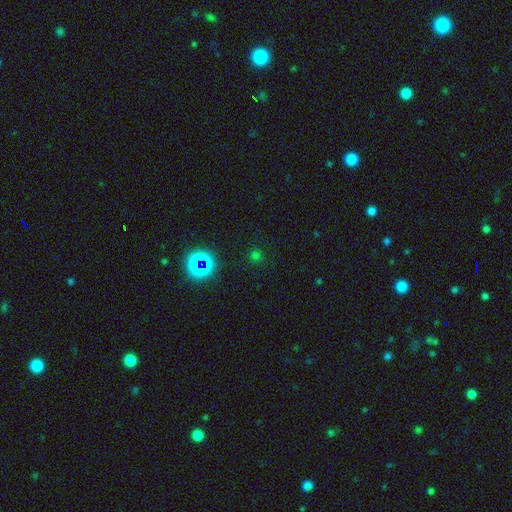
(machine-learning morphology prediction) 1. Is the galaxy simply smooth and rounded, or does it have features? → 49% smooth, 45% star or artifact, 6% featured or disk.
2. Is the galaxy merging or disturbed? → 83% none, 9% minor disturbance, 4% major disturbance, 3% merger.